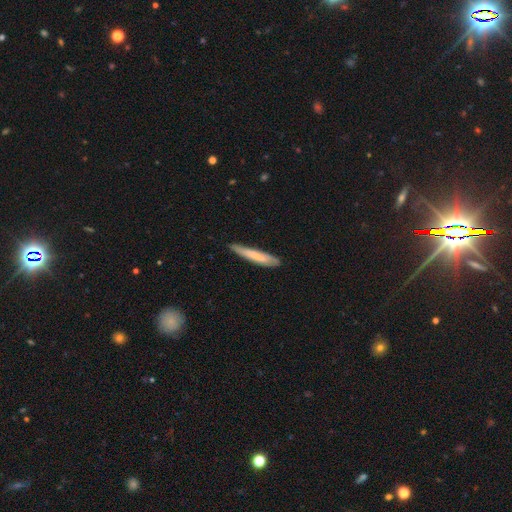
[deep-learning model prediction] A smooth galaxy with no disk features (70%) that is cigar-shaped (92%). Merging: none (79%).